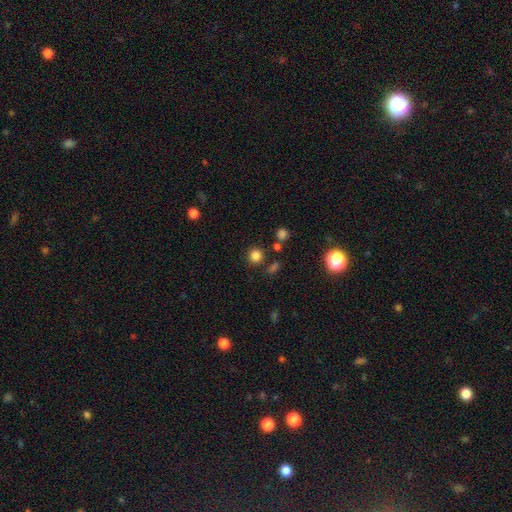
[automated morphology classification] This appears to be a smooth galaxy with no disk features (81%) that is round (92%). Merging: none (85%).